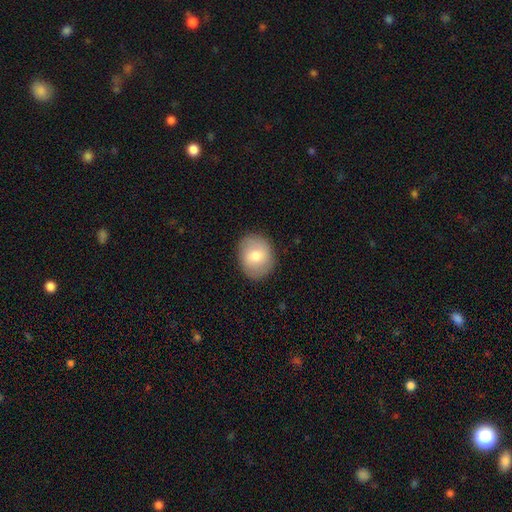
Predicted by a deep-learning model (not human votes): smooth_or_featured: smooth (p=0.69) [alt: featured or disk p=0.24]
how_rounded: round (p=0.61) [alt: in between p=0.38]
merging: none (p=0.86) [alt: minor disturbance p=0.10]